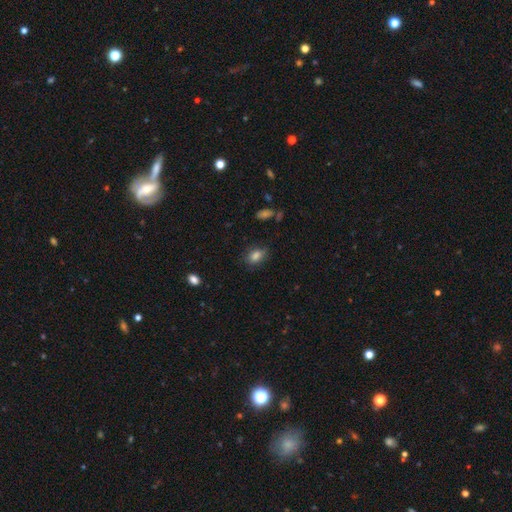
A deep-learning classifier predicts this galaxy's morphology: smooth-or-featured: smooth: 82% | star or artifact: 10% | featured or disk: 8%
  how-rounded: in between: 82% | round: 15% | cigar-shaped: 3%
  merging: none: 72% | minor disturbance: 21% | major disturbance: 5% | merger: 2%